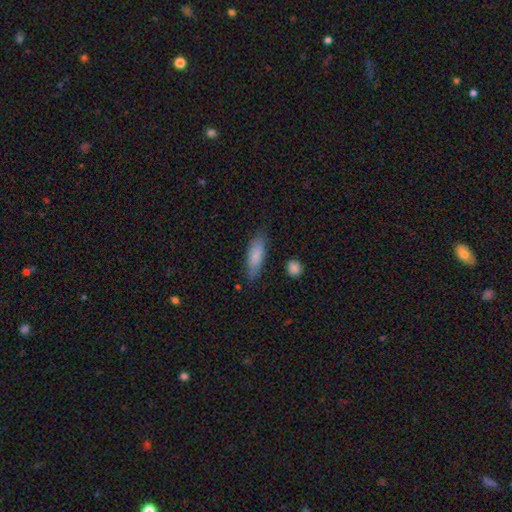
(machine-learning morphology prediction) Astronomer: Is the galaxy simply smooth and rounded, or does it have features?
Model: smooth — 82%.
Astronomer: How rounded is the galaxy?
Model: in between — 55% (runner-up: cigar-shaped, 43%).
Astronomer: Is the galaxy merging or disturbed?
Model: none — 77%.